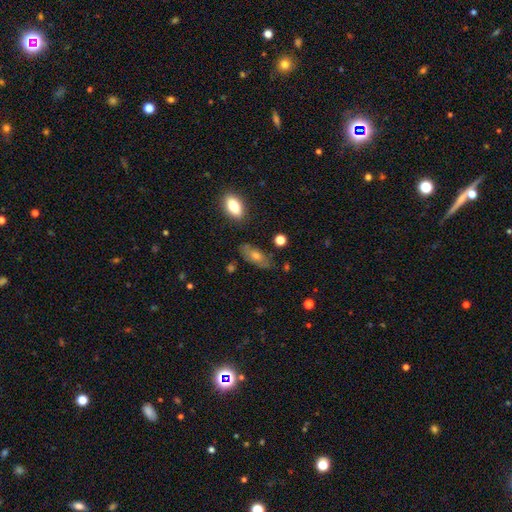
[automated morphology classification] Smooth or featured? Predicted: smooth (p=0.51). How rounded? Predicted: in between (p=0.81). Merging? Predicted: none (p=0.74).